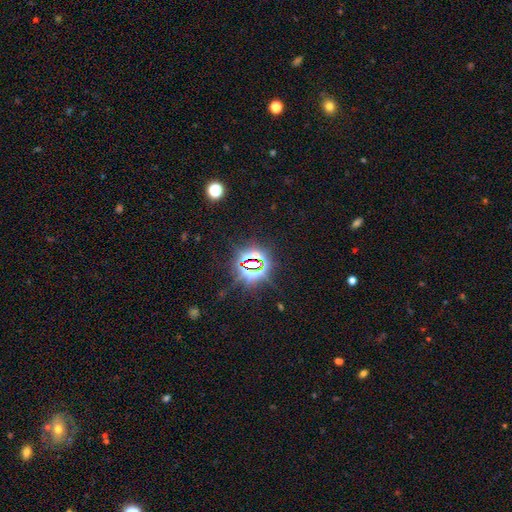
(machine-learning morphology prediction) Smooth or featured?
  - star or artifact: 83% *
  - smooth: 10%
  - featured or disk: 7%